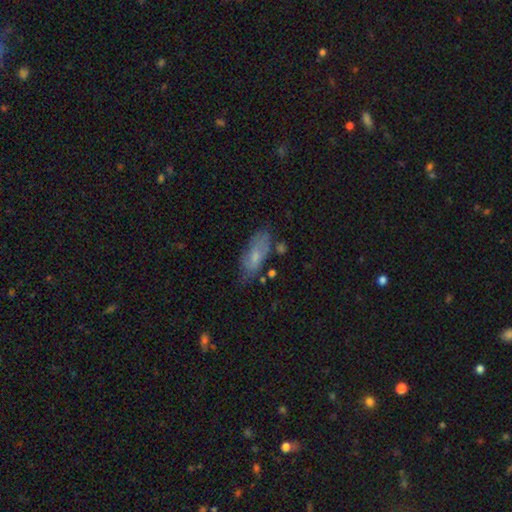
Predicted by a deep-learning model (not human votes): Smooth or featured? smooth (60%)
How rounded? in between (78%)
Merging? none (61%)